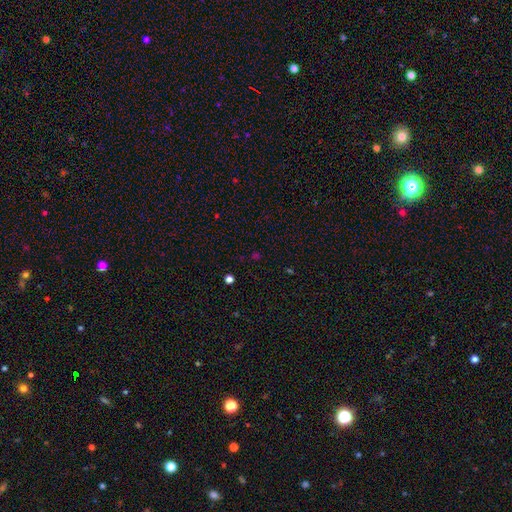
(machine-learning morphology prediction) Overall: star or artifact (53%; smooth 40%).